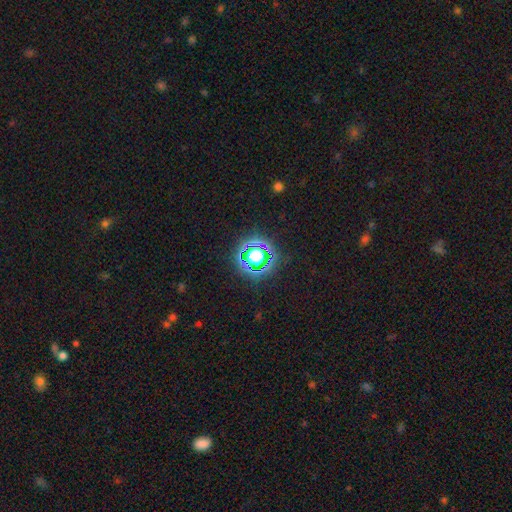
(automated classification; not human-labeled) Smooth or featured? star or artifact (62%)